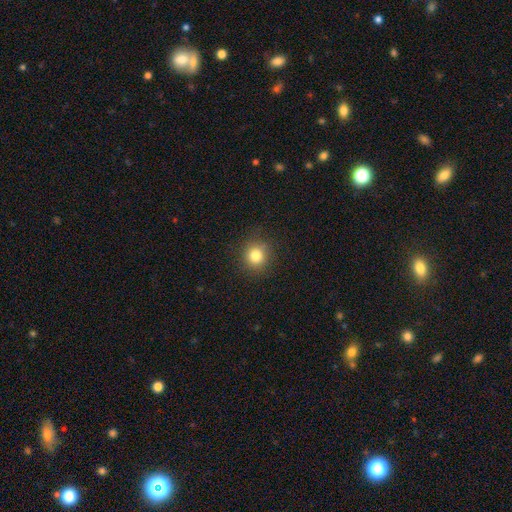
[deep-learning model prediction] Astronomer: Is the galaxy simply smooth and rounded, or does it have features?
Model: smooth — 81%.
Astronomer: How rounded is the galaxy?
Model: round — 89%.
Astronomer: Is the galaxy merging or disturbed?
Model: none — 88%.